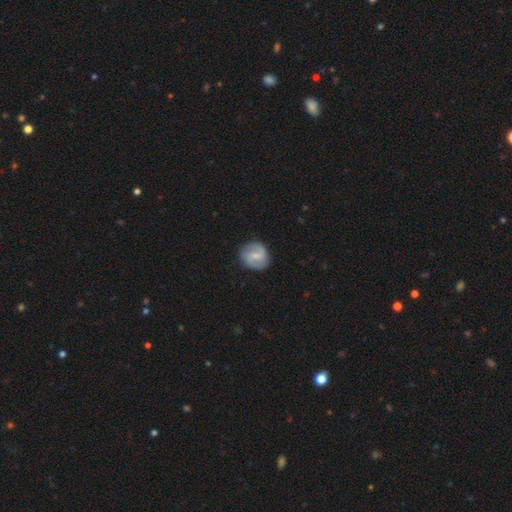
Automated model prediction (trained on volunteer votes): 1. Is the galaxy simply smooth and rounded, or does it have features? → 62% featured or disk, 32% smooth, 6% star or artifact.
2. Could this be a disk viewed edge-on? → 97% no, 3% yes.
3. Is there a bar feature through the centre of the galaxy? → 56% weak, 22% strong, 22% no.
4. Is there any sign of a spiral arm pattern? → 86% yes, 14% no.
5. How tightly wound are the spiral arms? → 46% medium, 31% loose, 23% tight.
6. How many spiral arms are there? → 85% 2, 8% can't tell, 3% 1, 2% 3, 1% 4, 1% more than 4.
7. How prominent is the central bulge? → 51% small, 33% moderate, 13% none, 2% large, 1% dominant.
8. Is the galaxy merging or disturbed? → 83% none, 12% minor disturbance, 4% major disturbance, 1% merger.